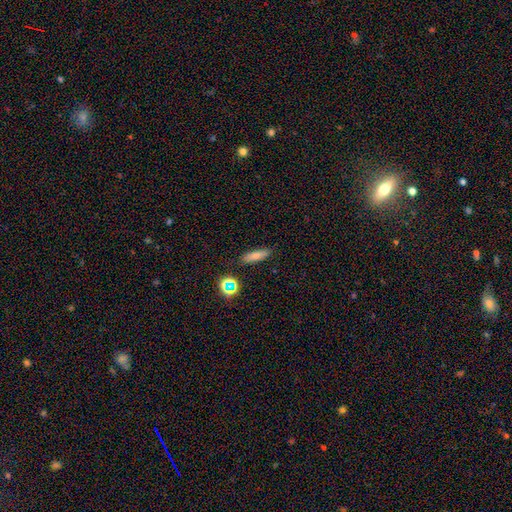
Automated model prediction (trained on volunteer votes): This appears to be a smooth galaxy with no disk features (72%) that is cigar-shaped (59%). Merging: none (86%).